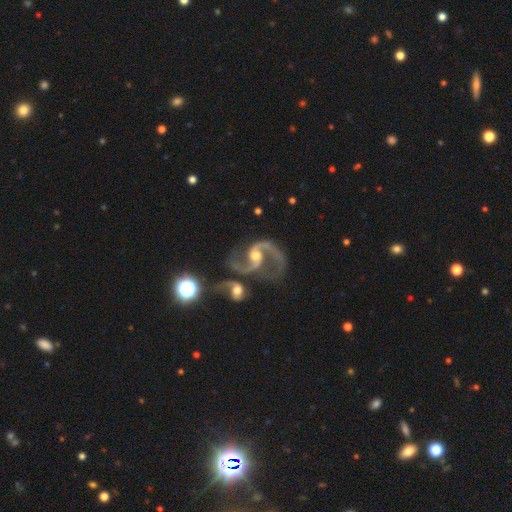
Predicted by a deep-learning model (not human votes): Morphology: type=featured or disk (92%); edge-on=no (98%); bar=weak (43%); spiral arms=yes (98%); winding=loose (56%); arm count=2 (93%); bulge=moderate (65%); merging=none (49%).